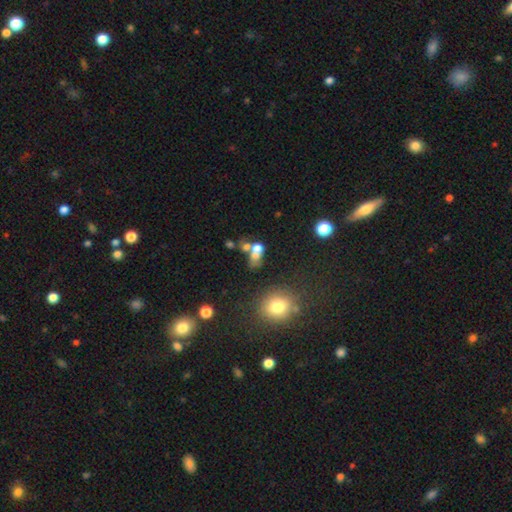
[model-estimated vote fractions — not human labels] A smooth galaxy with no disk features (59%) that is in between round and cigar-shaped (51%).

Vote fractions:
- Smooth or featured? smooth: 59% / star or artifact: 22% / featured or disk: 19%
- How rounded? in between: 51% / round: 43% / cigar-shaped: 6%
- Merging? merger: 41% / none: 39% / minor disturbance: 11% / major disturbance: 9%